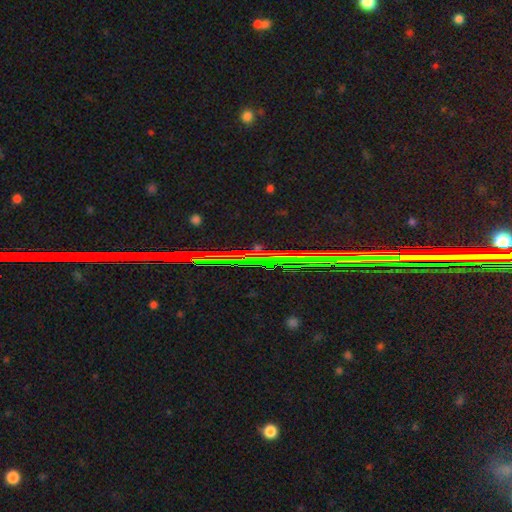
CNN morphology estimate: The model was most divided on "smooth or featured": star or artifact: 86%, featured or disk: 8%, smooth: 6%.